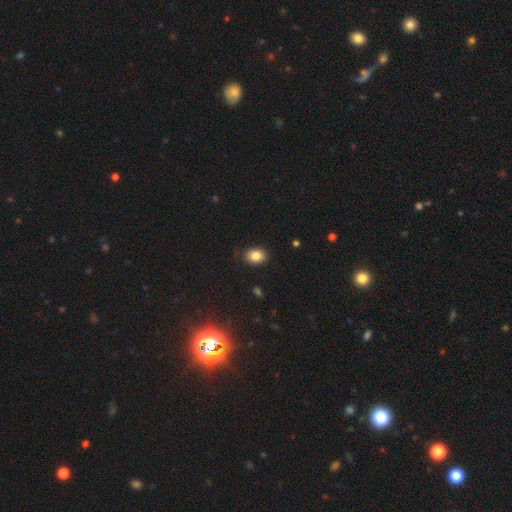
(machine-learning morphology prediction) Smooth or featured?
  - smooth: 85% *
  - star or artifact: 9%
  - featured or disk: 6%
How rounded?
  - in between: 64% *
  - round: 35%
  - cigar-shaped: 1%
Merging?
  - none: 85% *
  - minor disturbance: 11%
  - major disturbance: 3%
  - merger: 1%